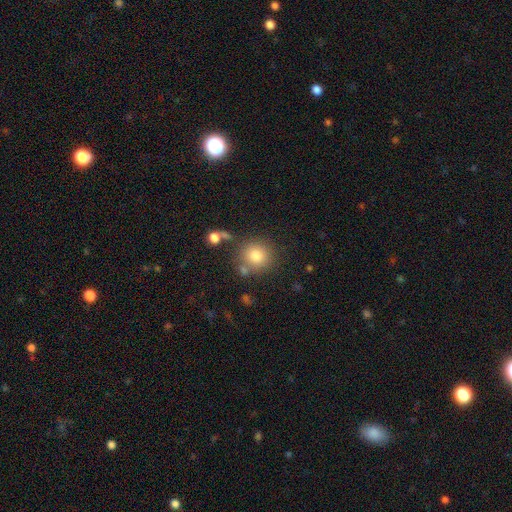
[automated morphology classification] Overall: smooth (79%). How rounded: round (91%). Merging: none (75%).